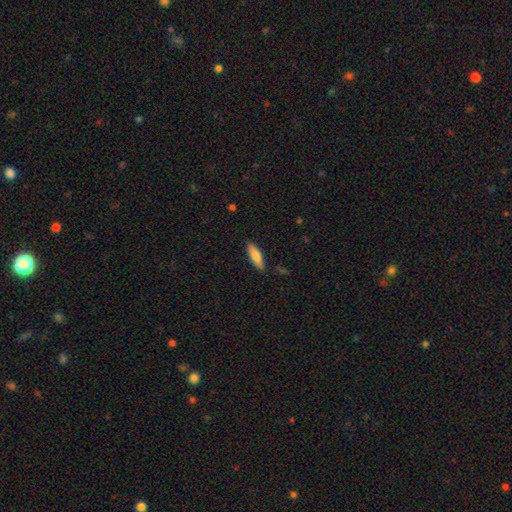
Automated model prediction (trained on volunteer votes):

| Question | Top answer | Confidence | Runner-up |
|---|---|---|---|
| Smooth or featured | smooth | 72% | featured or disk (22%) |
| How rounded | cigar-shaped | 60% | in between (38%) |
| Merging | none | 85% | minor disturbance (11%) |